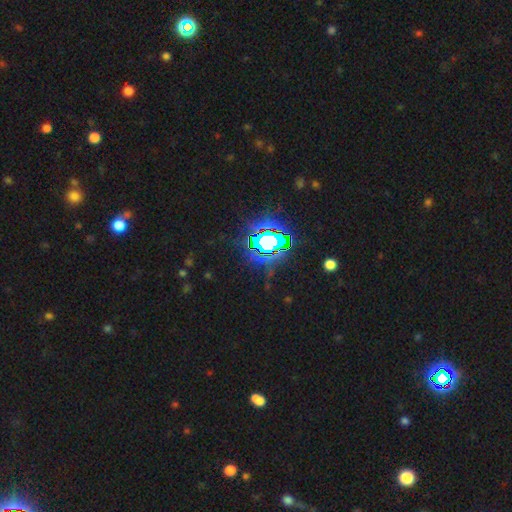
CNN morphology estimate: Smooth or featured: star or artifact — 83% (smooth — 10%)